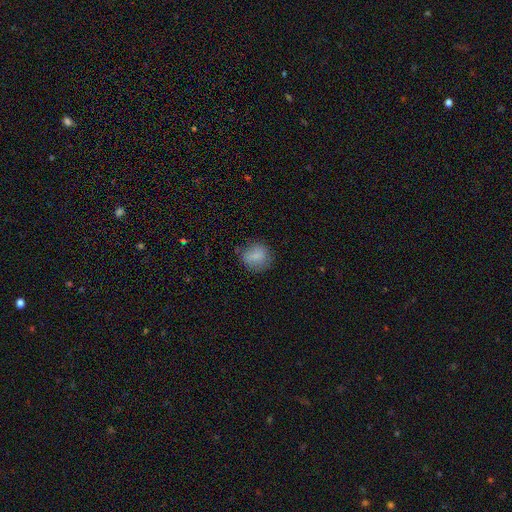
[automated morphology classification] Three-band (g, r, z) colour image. It shows a smooth galaxy with no disk features (82%) that is round (81%). Merging: none (77%).